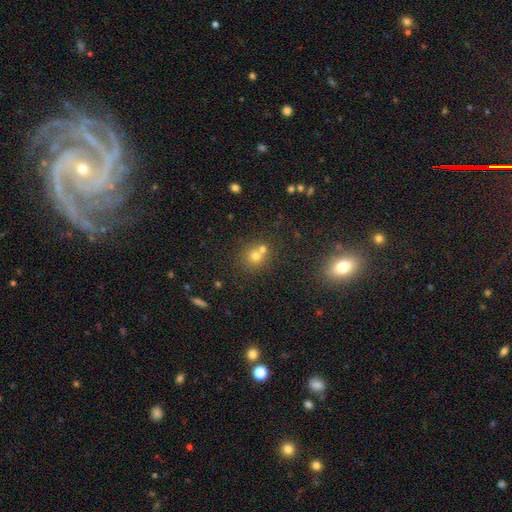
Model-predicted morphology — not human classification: smooth_or_featured: smooth (p=0.68) [alt: star or artifact p=0.18]
how_rounded: round (p=0.85) [alt: in between p=0.14]
merging: none (p=0.50) [alt: merger p=0.40]